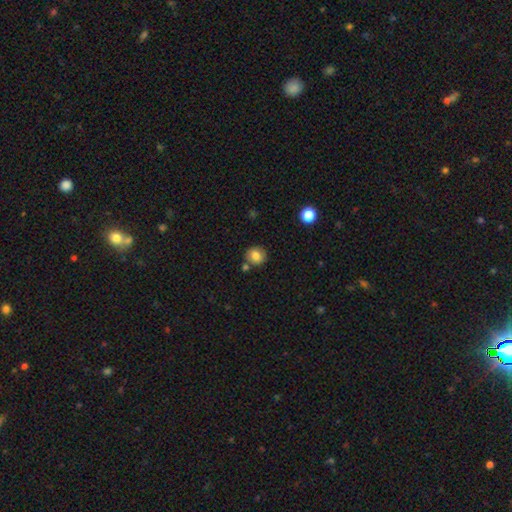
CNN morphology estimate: Smooth or featured? smooth (81%)
How rounded? round (85%)
Merging? none (77%)